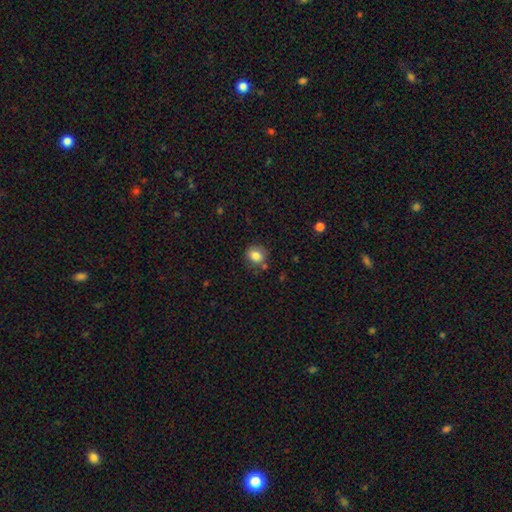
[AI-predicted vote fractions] smooth 83%, star or artifact 10%, featured or disk 7%. Down the decision tree: how rounded — round (68%); merging — none (77%).